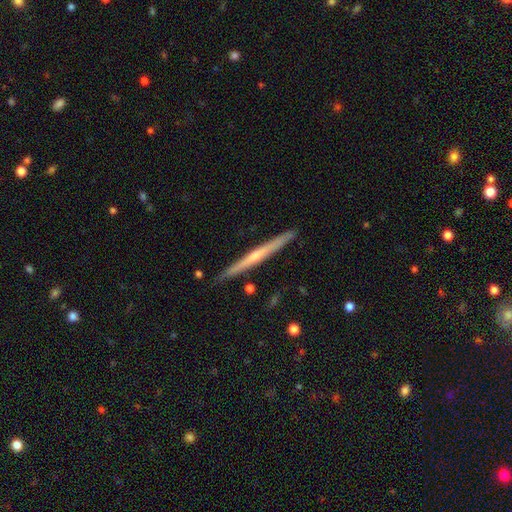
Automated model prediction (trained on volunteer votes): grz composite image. It shows a featured or disk galaxy (65%) viewed edge-on (98%) with no central bulge (50%). Merging: none (89%).